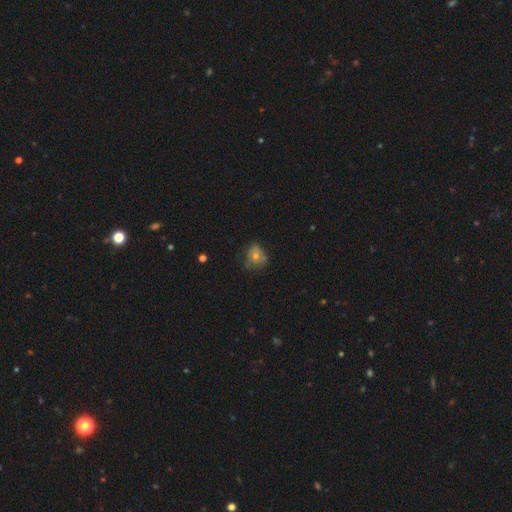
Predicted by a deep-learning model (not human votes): smooth 57%, featured or disk 28%, star or artifact 15%. Down the decision tree: how rounded — round (59%); merging — none (54%).